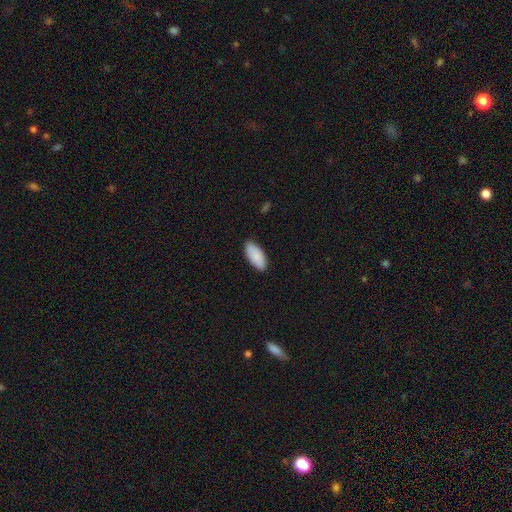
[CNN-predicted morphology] Smooth or featured?
  - smooth: 89% *
  - star or artifact: 6%
  - featured or disk: 5%
How rounded?
  - in between: 91% *
  - cigar-shaped: 7%
  - round: 2%
Merging?
  - none: 86% *
  - minor disturbance: 11%
  - major disturbance: 2%
  - merger: 1%